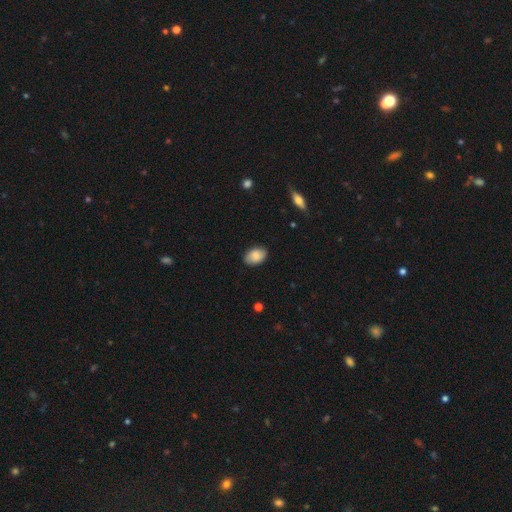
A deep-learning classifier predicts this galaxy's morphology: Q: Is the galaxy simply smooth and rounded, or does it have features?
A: smooth — 86%.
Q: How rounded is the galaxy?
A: in between — 87%.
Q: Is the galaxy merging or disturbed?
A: none — 85%.